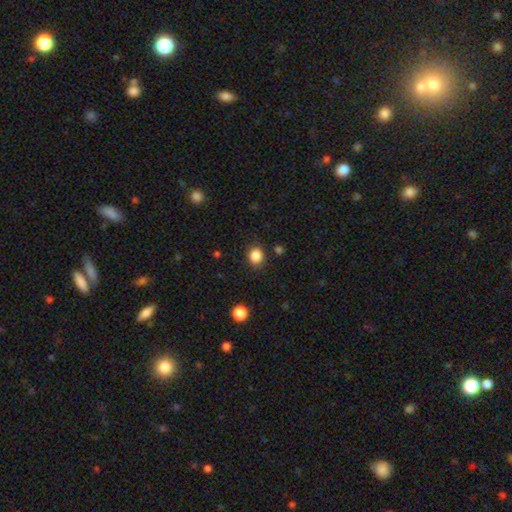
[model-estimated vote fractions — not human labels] smooth_or_featured: smooth (p=0.85) [alt: star or artifact p=0.11]
how_rounded: round (p=0.76) [alt: in between p=0.23]
merging: none (p=0.86) [alt: minor disturbance p=0.09]